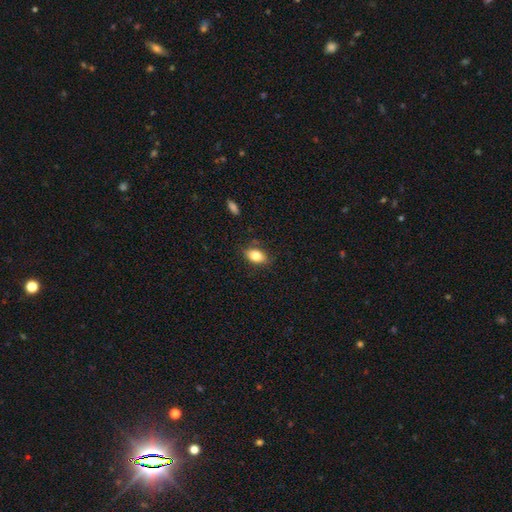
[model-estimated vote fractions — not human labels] Smooth or featured: smooth — 81% (featured or disk — 11%)
How rounded: in between — 86% (round — 11%)
Merging: none — 79% (minor disturbance — 16%)